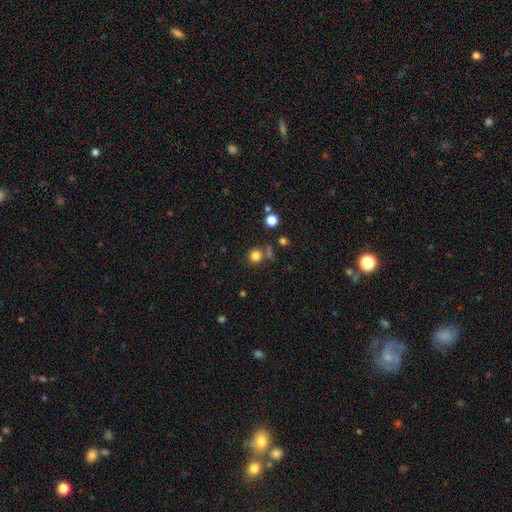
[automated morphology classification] type=smooth (79%); roundness=round (91%); merging=none (73%).